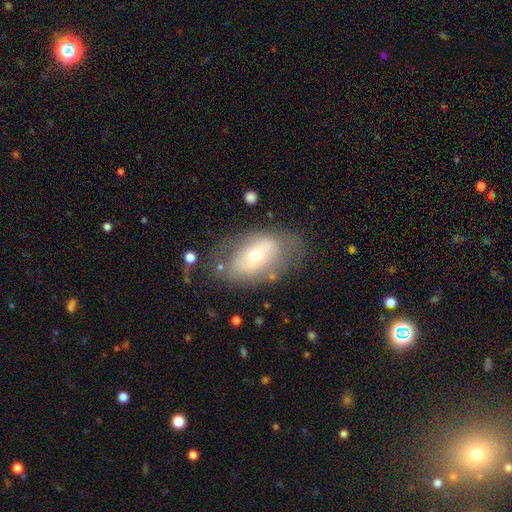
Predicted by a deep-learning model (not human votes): Smooth or featured: featured or disk — 46% (smooth — 45%)
Merging: none — 65% (minor disturbance — 20%)